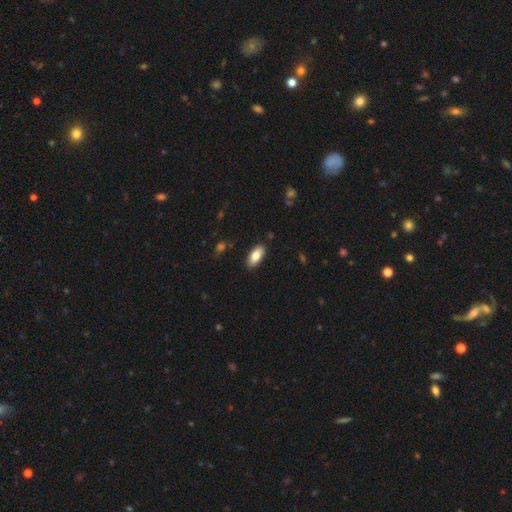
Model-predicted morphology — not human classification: smooth-or-featured: smooth: 81% | featured or disk: 12% | star or artifact: 6%
  how-rounded: in between: 90% | cigar-shaped: 8% | round: 2%
  merging: none: 87% | minor disturbance: 10% | major disturbance: 2% | merger: 1%